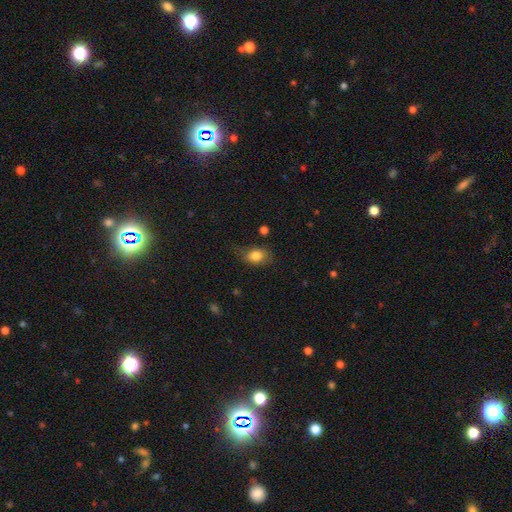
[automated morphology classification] The model was most divided on "merging": none: 59%, minor disturbance: 28%, major disturbance: 11%, merger: 2%. More confident: smooth or featured — smooth (81%); how rounded — in between (74%).